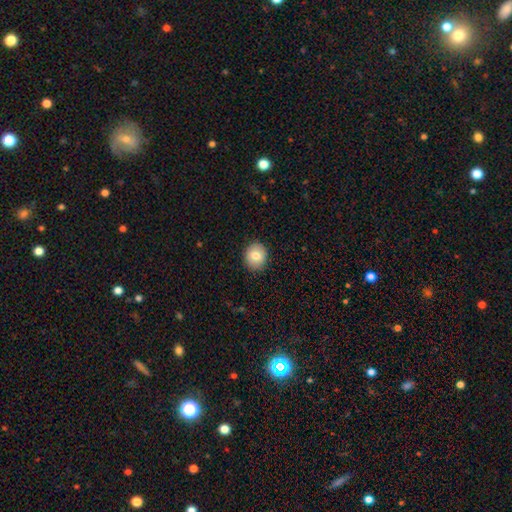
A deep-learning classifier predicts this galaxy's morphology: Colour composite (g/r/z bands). It shows a smooth galaxy with no disk features (80%) that is round (73%). Merging: none (90%).